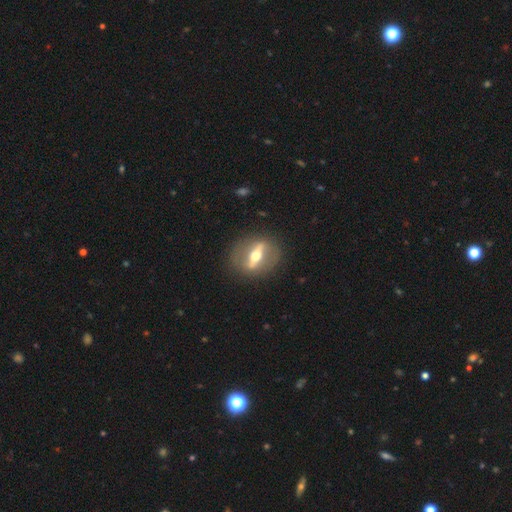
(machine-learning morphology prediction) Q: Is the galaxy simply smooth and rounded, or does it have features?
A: featured or disk — 76%.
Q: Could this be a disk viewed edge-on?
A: no — 51%.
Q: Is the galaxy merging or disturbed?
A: none — 83%.